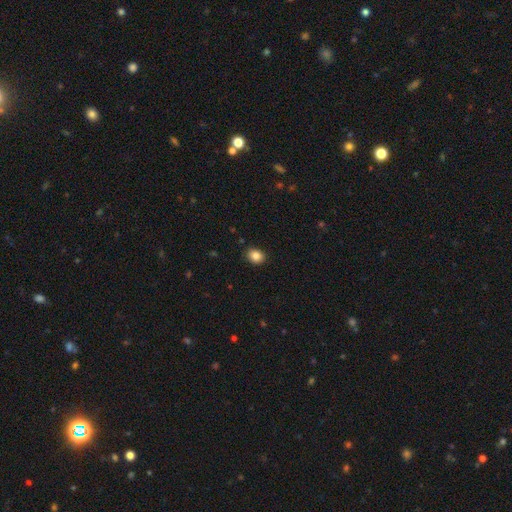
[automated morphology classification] smooth-or-featured: smooth: 85% | star or artifact: 10% | featured or disk: 5%
  how-rounded: round: 52% | in between: 47% | cigar-shaped: 1%
  merging: none: 89% | minor disturbance: 8% | major disturbance: 2% | merger: 1%